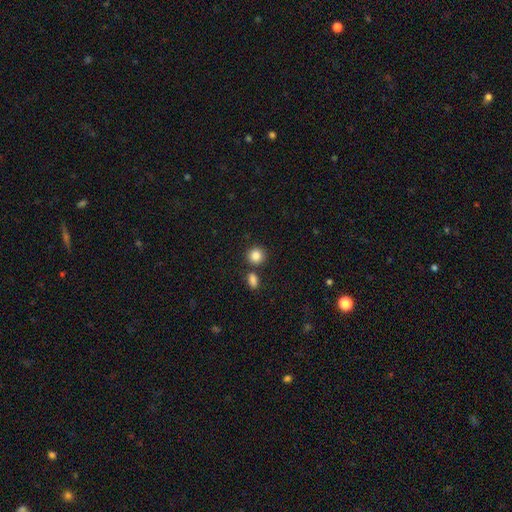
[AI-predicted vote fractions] Smooth or featured: smooth — 87% (star or artifact — 9%)
How rounded: round — 87% (in between — 12%)
Merging: none — 76% (merger — 13%)